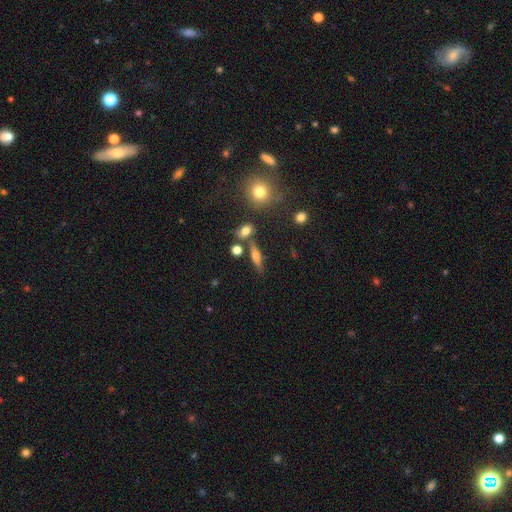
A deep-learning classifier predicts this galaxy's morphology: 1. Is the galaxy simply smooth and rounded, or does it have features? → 44% smooth, 43% featured or disk, 13% star or artifact.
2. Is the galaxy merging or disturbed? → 72% none, 12% minor disturbance, 11% merger, 5% major disturbance.